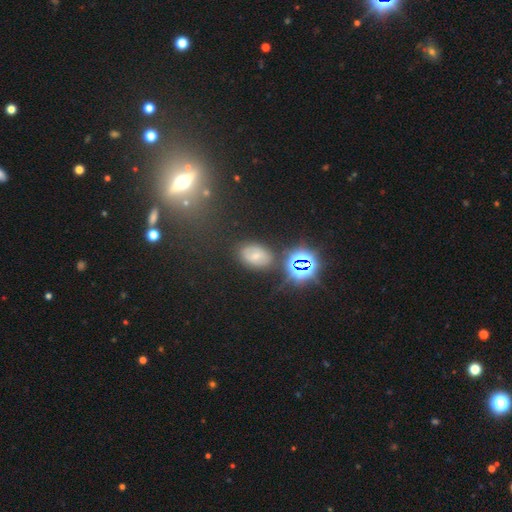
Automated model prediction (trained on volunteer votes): A smooth galaxy with no disk features (44%). Merging: none (75%).